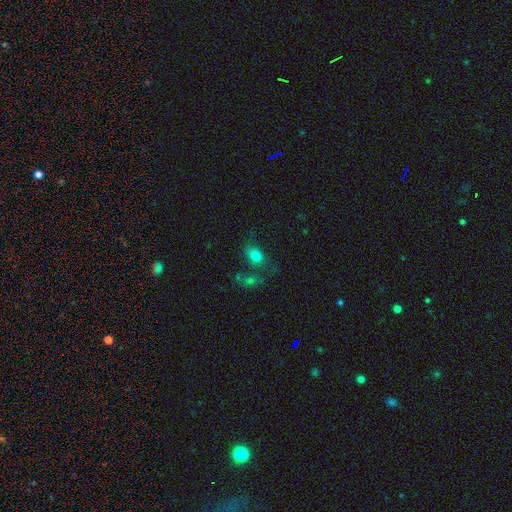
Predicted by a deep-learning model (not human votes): smooth_or_featured: smooth (p=0.72) [alt: featured or disk p=0.16]
how_rounded: in between (p=0.65) [alt: round p=0.33]
merging: none (p=0.44) [alt: merger p=0.22]